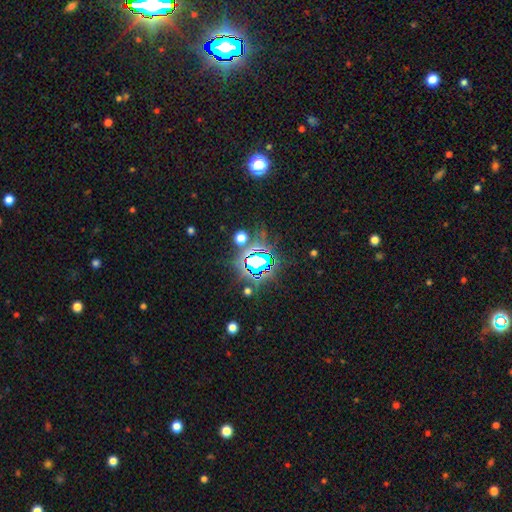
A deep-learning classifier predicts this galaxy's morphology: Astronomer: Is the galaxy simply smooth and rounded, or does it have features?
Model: star or artifact — 72%.